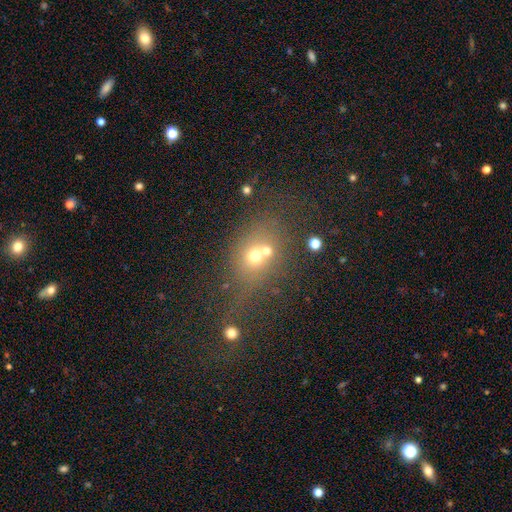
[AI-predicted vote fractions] Smooth or featured? Predicted: smooth (p=0.58). How rounded? Predicted: round (p=0.58). Merging? Predicted: merger (p=0.41).